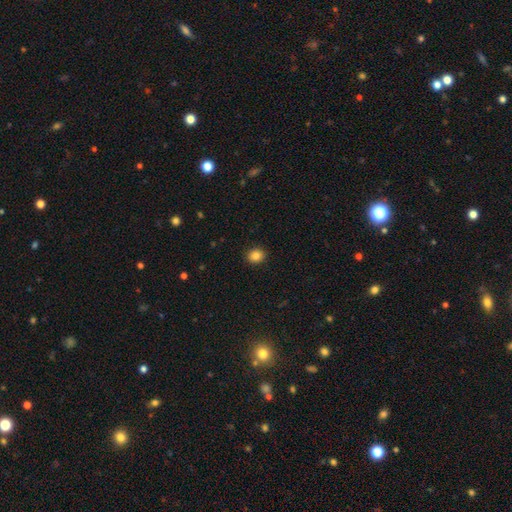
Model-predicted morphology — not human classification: Overall: smooth (85%). How rounded: round (70%). Merging: none (92%).